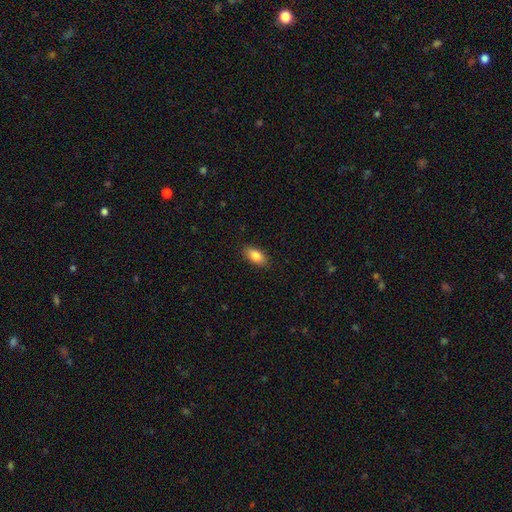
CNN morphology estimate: This is clearly a smooth galaxy (85%). How rounded: clearly in between (89%). Merging: clearly none (88%).